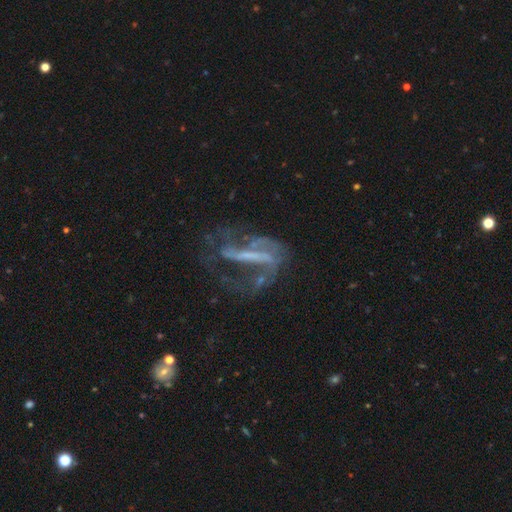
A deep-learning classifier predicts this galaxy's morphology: Smooth or featured? Predicted: featured or disk (p=0.72). Edge-on disk? Predicted: no (p=0.84). Bar? Predicted: strong (p=0.59). Spiral arms? Predicted: yes (p=0.62). Bulge size? Predicted: none (p=0.59). Merging? Predicted: major disturbance (p=0.42).